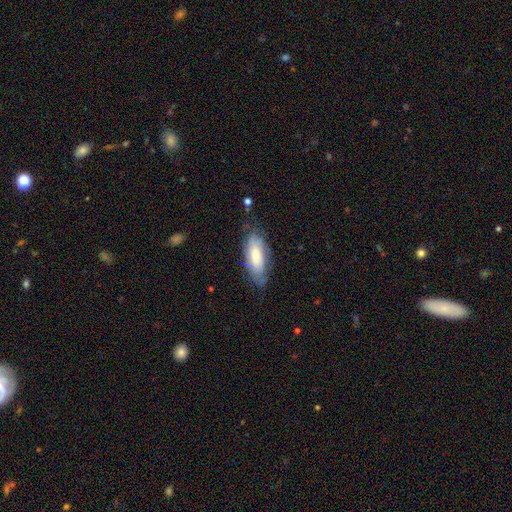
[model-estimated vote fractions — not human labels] Morphology: type=smooth (62%); roundness=in between (80%); merging=none (63%).